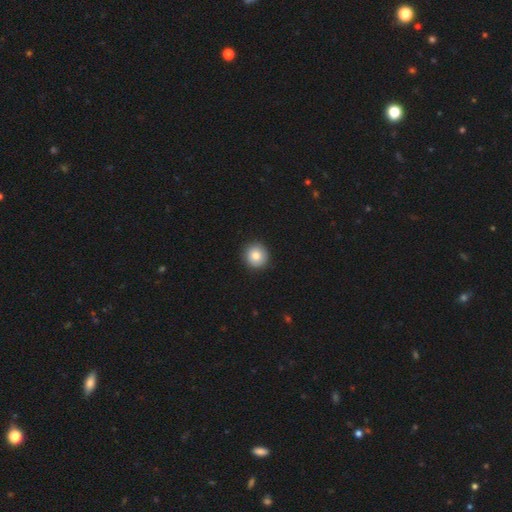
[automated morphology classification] A smooth galaxy with no disk features (82%) that is round (94%).

Vote fractions:
- Smooth or featured? smooth: 82% / star or artifact: 9% / featured or disk: 9%
- How rounded? round: 94% / in between: 5% / cigar-shaped: 1%
- Merging? none: 92% / minor disturbance: 5% / major disturbance: 2% / merger: 1%